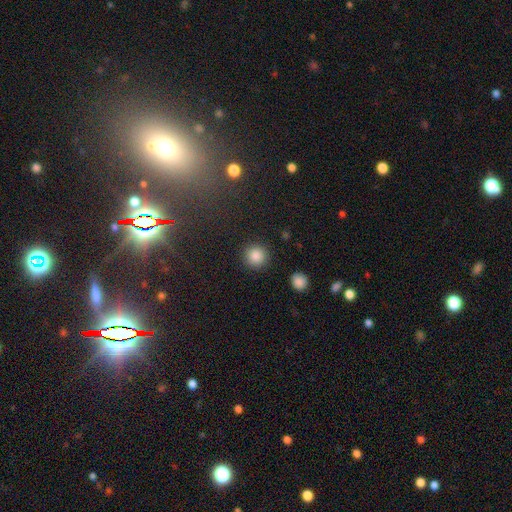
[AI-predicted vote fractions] Smooth or featured? smooth (87%)
How rounded? round (94%)
Merging? none (91%)